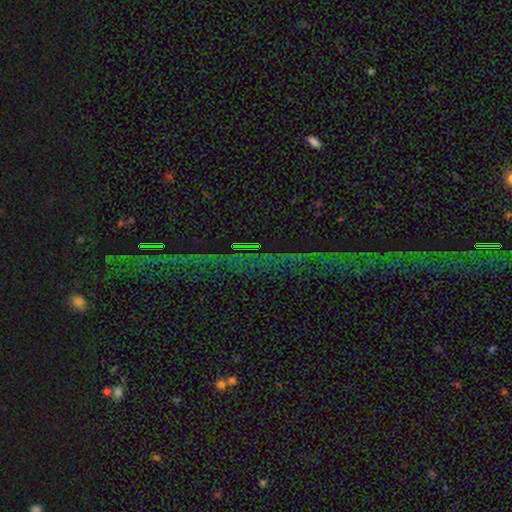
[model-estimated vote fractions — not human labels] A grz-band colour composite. It shows a star or artifact, not a galaxy (84%).